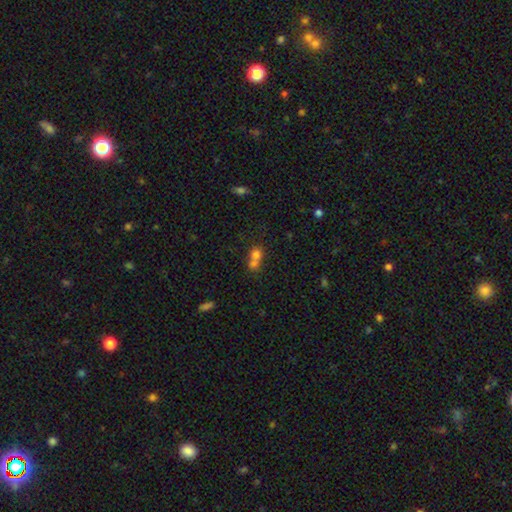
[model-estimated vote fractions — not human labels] This appears to be a smooth galaxy with no disk features (71%) that is round (73%). Merging: merger (65%).